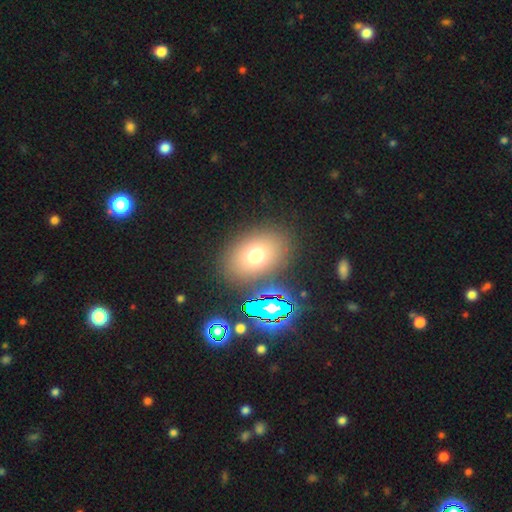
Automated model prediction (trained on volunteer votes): A smooth galaxy with no disk features (70%) that is in between round and cigar-shaped (70%). Merging: none (82%).